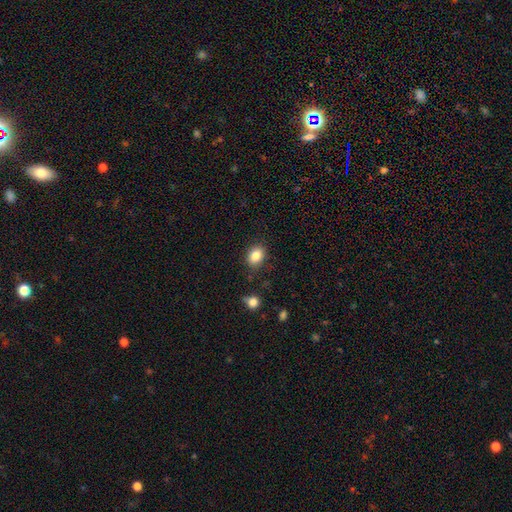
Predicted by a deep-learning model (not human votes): This appears to be a smooth galaxy with no disk features (85%) that is in between round and cigar-shaped (71%). Merging: none (84%).